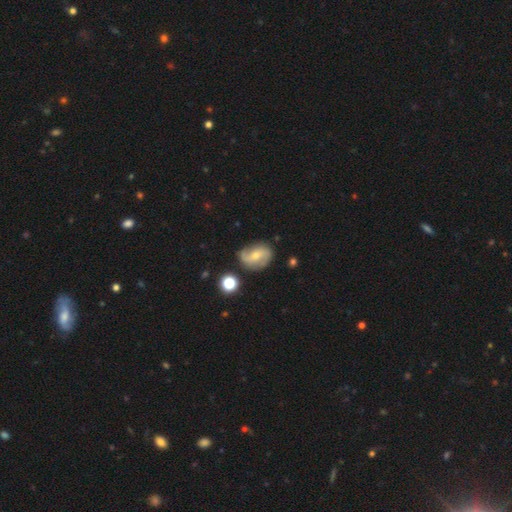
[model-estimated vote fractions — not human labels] This appears to be a featured or disk galaxy (71%) with no bar (46%), 2 (83%) loose (47%) spiral arms (92%) and a small central bulge (59%). Merging: none (72%).